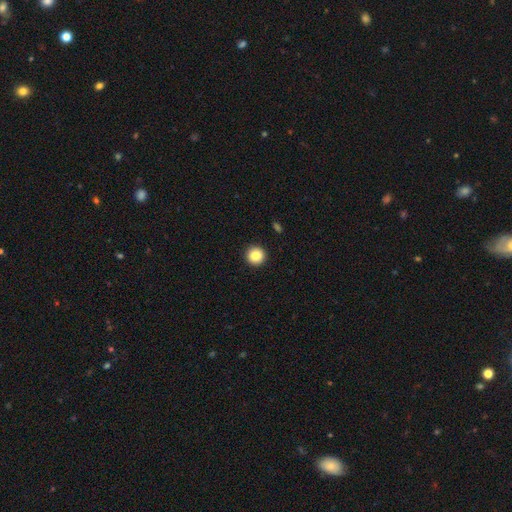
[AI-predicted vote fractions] smooth 86%, star or artifact 9%, featured or disk 5%. Down the decision tree: how rounded — round (95%); merging — none (93%).